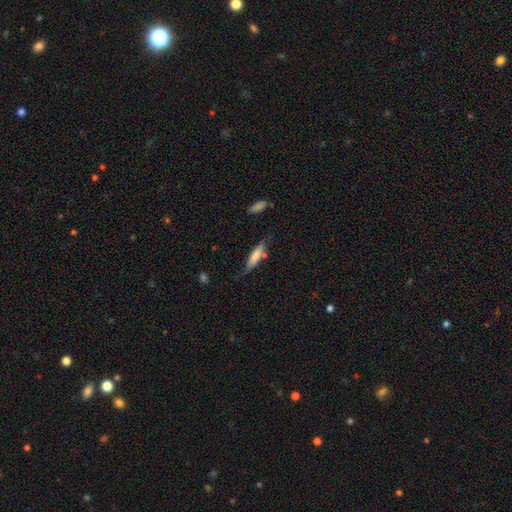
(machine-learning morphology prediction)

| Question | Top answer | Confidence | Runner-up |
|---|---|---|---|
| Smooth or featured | smooth | 70% | featured or disk (23%) |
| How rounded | cigar-shaped | 72% | in between (27%) |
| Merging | none | 62% | minor disturbance (25%) |